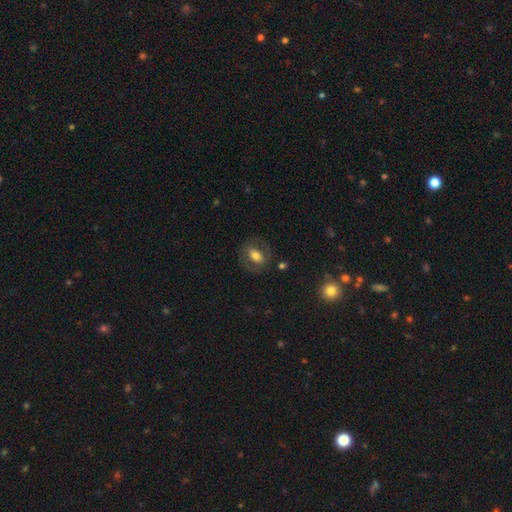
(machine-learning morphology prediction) smooth-or-featured: smooth: 57% | featured or disk: 35% | star or artifact: 8%
  how-rounded: in between: 67% | round: 31% | cigar-shaped: 2%
  merging: none: 75% | minor disturbance: 14% | major disturbance: 10% | merger: 2%